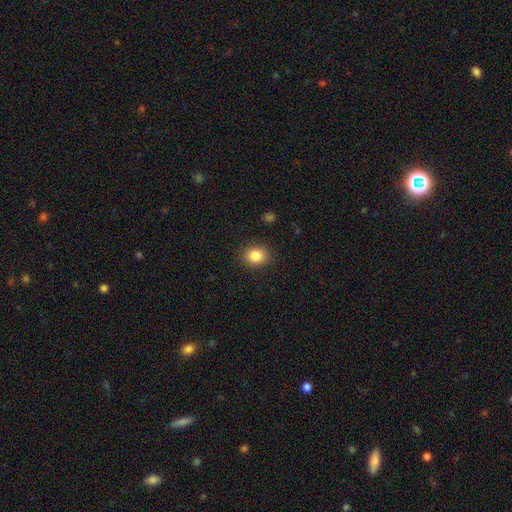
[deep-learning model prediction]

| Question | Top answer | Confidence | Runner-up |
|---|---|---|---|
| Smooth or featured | smooth | 85% | star or artifact (10%) |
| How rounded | round | 61% | in between (38%) |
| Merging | none | 88% | minor disturbance (8%) |